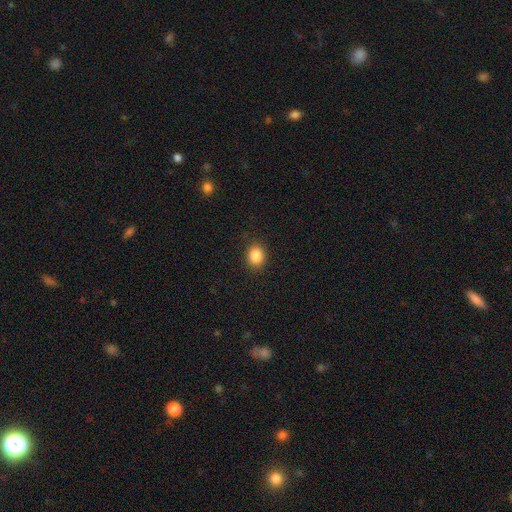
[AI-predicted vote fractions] This appears to be a smooth galaxy with no disk features (86%) that is round (69%). Merging: none (89%).